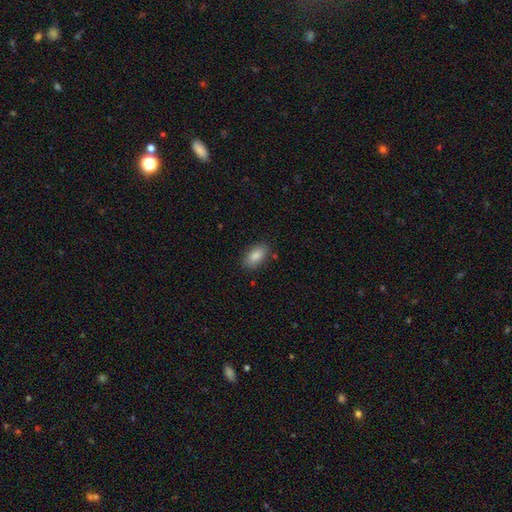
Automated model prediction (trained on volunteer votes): A smooth galaxy with no disk features (87%) that is in between round and cigar-shaped (92%). Merging: none (84%).